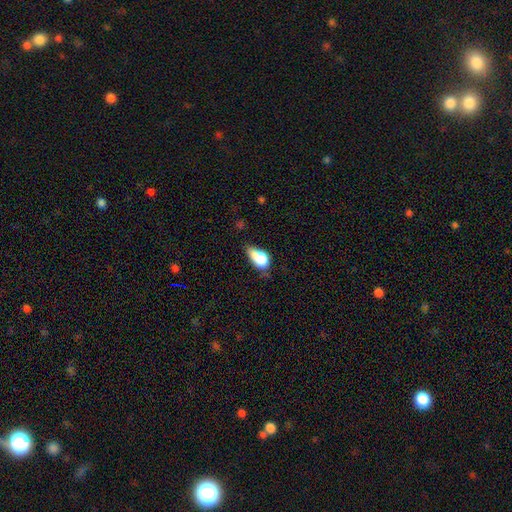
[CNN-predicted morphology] type=smooth (74%); roundness=in between (84%); merging=minor disturbance (37%).